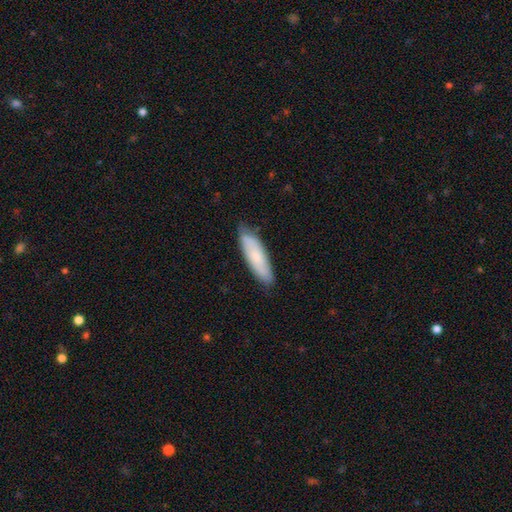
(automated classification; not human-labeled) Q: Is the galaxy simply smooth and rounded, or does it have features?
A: smooth — 68%.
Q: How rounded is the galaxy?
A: cigar-shaped — 58%.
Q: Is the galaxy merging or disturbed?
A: none — 80%.